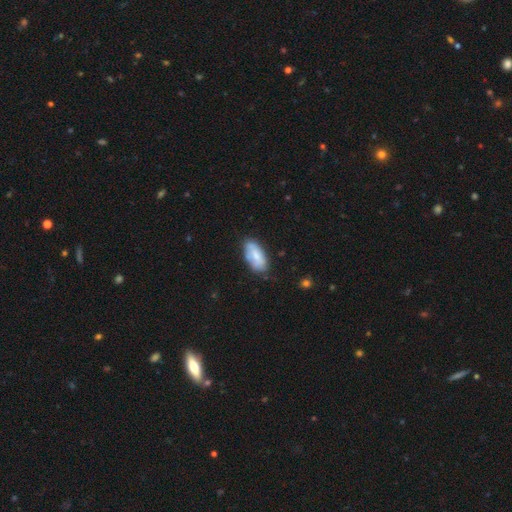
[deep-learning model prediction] A smooth galaxy with no disk features (67%) that is in between round and cigar-shaped (92%). Merging: none (65%).